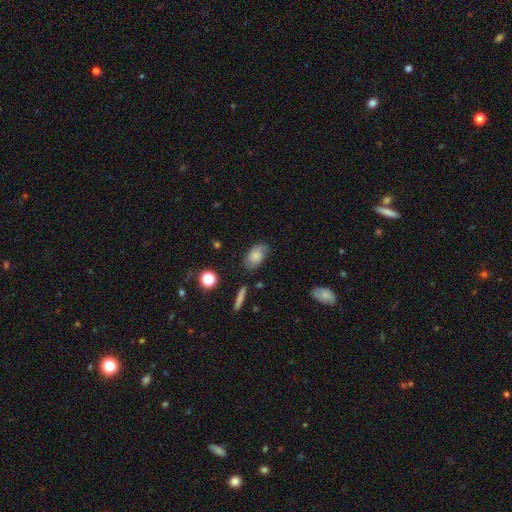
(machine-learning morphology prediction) This appears to be a smooth galaxy with no disk features (69%) that is in between round and cigar-shaped (88%). Merging: none (64%).